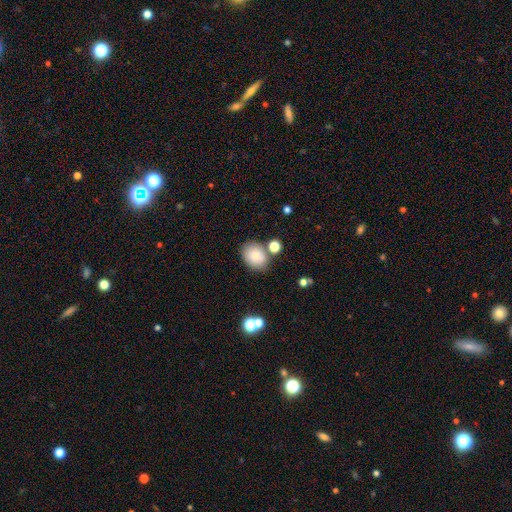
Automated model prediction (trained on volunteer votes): Q: Smooth or featured?
A: smooth (82%); runner-up: star or artifact (9%)
Q: How rounded?
A: in between (57%); runner-up: round (42%)
Q: Merging?
A: none (73%); runner-up: minor disturbance (13%)